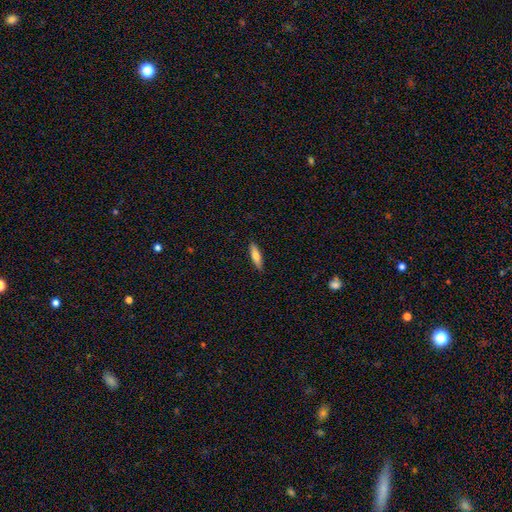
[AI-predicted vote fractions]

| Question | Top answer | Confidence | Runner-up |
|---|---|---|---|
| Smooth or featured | smooth | 72% | featured or disk (22%) |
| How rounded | cigar-shaped | 67% | in between (32%) |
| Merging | none | 88% | minor disturbance (9%) |